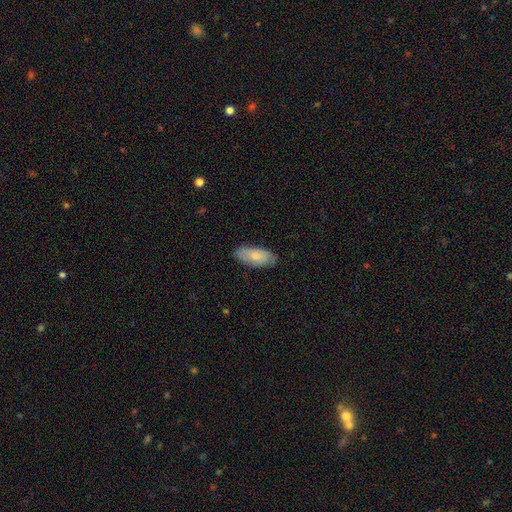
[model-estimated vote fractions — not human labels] Smooth or featured?
  - smooth: 78% *
  - featured or disk: 16%
  - star or artifact: 6%
How rounded?
  - in between: 86% *
  - cigar-shaped: 12%
  - round: 2%
Merging?
  - none: 80% *
  - minor disturbance: 16%
  - major disturbance: 3%
  - merger: 1%